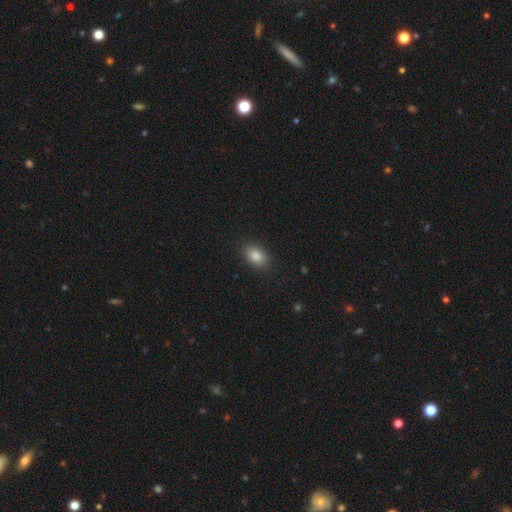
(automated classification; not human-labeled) A smooth galaxy with no disk features (84%) that is in between round and cigar-shaped (81%).

Vote fractions:
- Smooth or featured? smooth: 84% / star or artifact: 9% / featured or disk: 7%
- How rounded? in between: 81% / round: 17% / cigar-shaped: 1%
- Merging? none: 88% / minor disturbance: 9% / major disturbance: 2% / merger: 1%